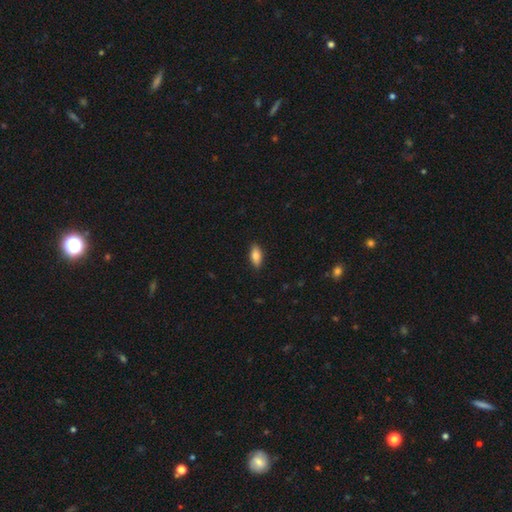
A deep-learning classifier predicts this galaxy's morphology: smooth-or-featured: smooth: 81% | featured or disk: 12% | star or artifact: 7%
  how-rounded: in between: 83% | cigar-shaped: 14% | round: 3%
  merging: none: 88% | minor disturbance: 10% | major disturbance: 2% | merger: 1%